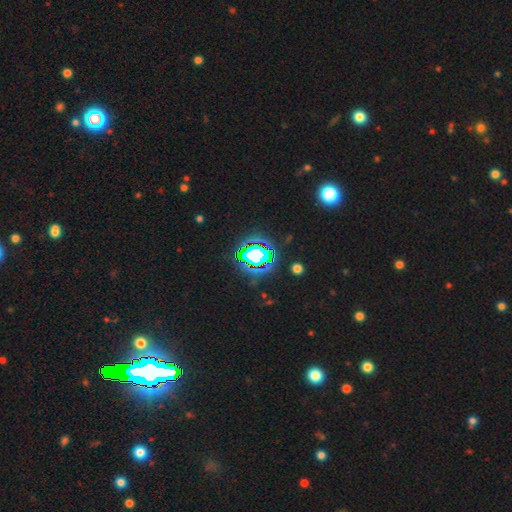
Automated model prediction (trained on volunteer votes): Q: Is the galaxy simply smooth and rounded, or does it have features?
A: star or artifact — 68%.